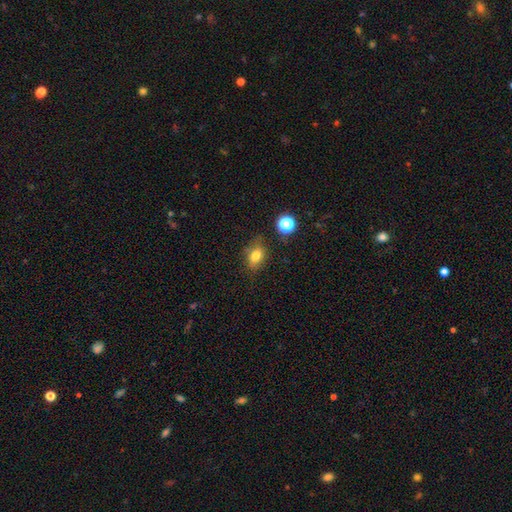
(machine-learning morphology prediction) Smooth or featured? Predicted: smooth (p=0.77). How rounded? Predicted: in between (p=0.72). Merging? Predicted: none (p=0.71).